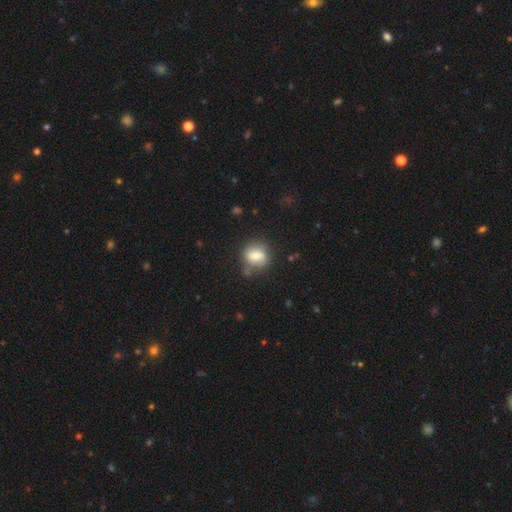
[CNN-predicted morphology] smooth_or_featured: smooth (p=0.67) [alt: featured or disk p=0.24]
how_rounded: round (p=0.75) [alt: in between p=0.24]
merging: none (p=0.70) [alt: minor disturbance p=0.18]